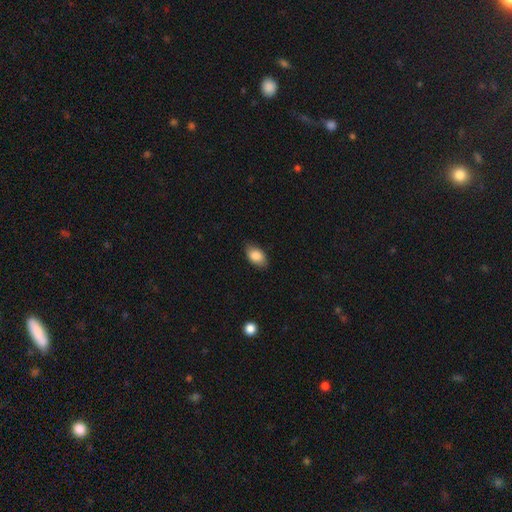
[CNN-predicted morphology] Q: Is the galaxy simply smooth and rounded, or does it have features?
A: smooth — 85%.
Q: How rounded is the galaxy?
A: in between — 90%.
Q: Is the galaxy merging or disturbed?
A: none — 81%.